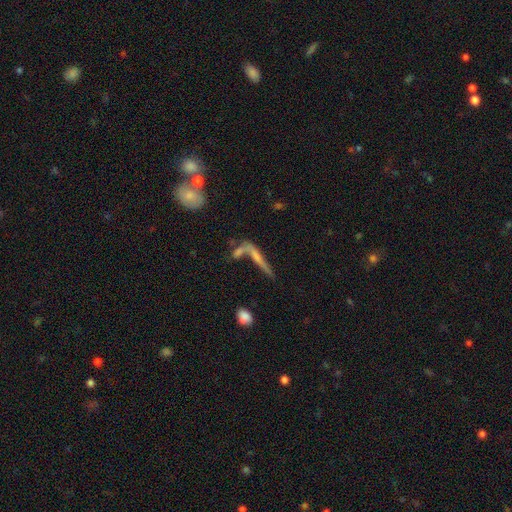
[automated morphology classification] This is possibly a featured or disk galaxy (46%). Merging: marginally merger (36%).